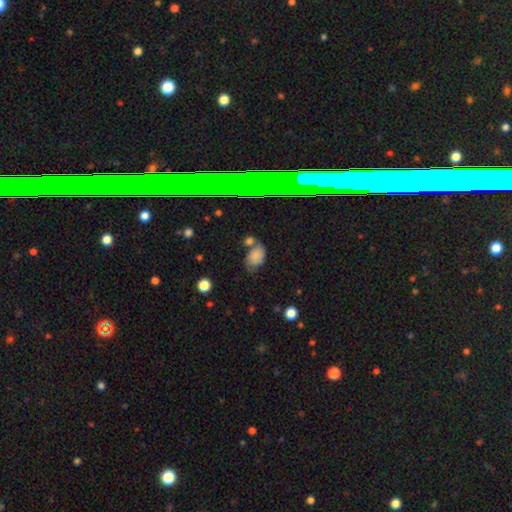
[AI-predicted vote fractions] smooth-or-featured: smooth: 67% | featured or disk: 19% | star or artifact: 14%
  how-rounded: in between: 80% | round: 18% | cigar-shaped: 2%
  merging: none: 42% | merger: 27% | minor disturbance: 21% | major disturbance: 10%